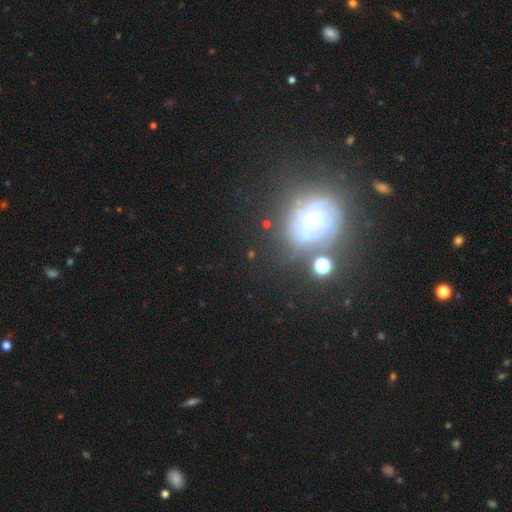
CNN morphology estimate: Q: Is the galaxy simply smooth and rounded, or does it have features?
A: smooth — 37%.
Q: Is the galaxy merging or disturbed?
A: none — 67%.